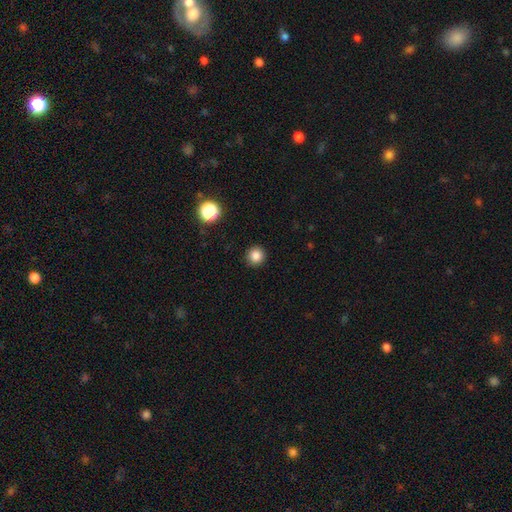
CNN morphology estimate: Overall: smooth (85%). How rounded: round (94%). Merging: none (92%).